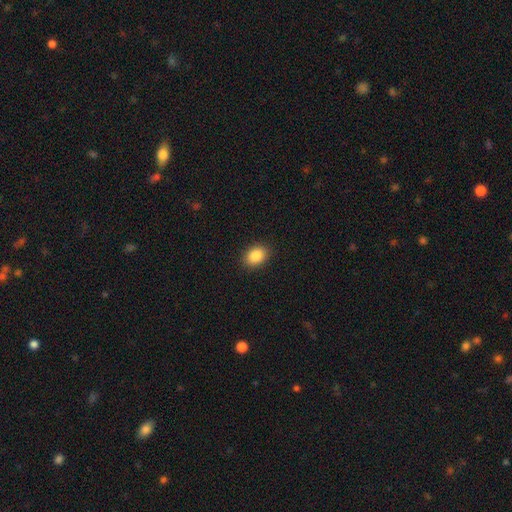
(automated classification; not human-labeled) A smooth galaxy with no disk features (87%) that is in between round and cigar-shaped (69%). Merging: none (89%).